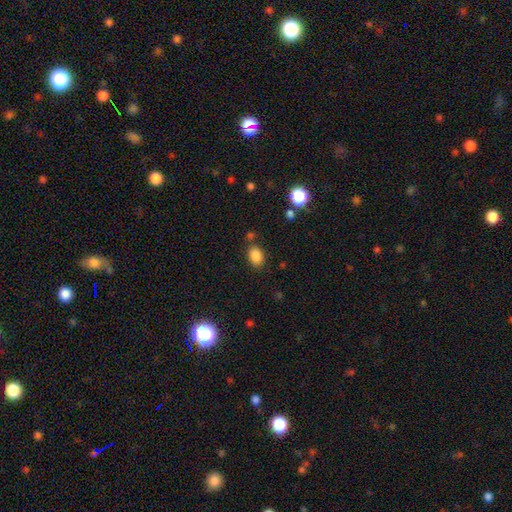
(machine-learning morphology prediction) type=smooth (85%); roundness=in between (77%); merging=none (77%).